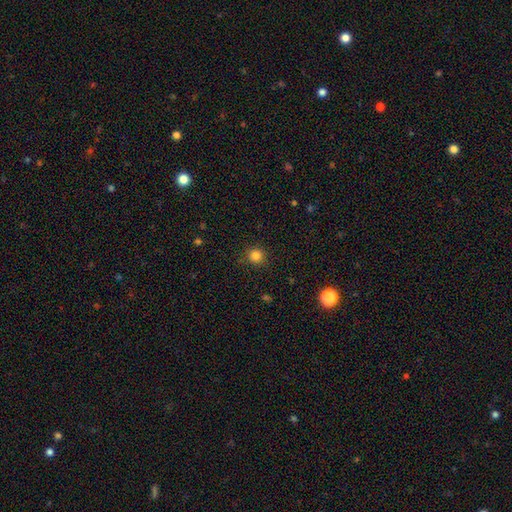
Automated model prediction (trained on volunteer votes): A smooth galaxy with no disk features (82%) that is round (94%). Merging: none (89%).